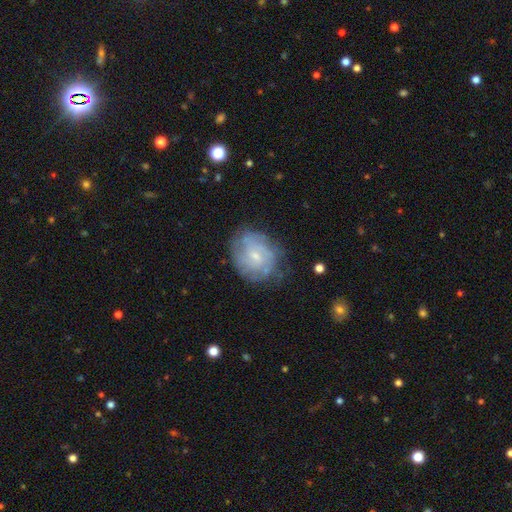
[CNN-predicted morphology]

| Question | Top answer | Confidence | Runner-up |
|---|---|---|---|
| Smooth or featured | featured or disk | 62% | smooth (31%) |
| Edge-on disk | no | 97% | yes (3%) |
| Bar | no | 63% | weak (33%) |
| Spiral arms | yes | 75% | no (25%) |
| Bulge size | small | 72% | moderate (22%) |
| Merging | none | 67% | minor disturbance (23%) |